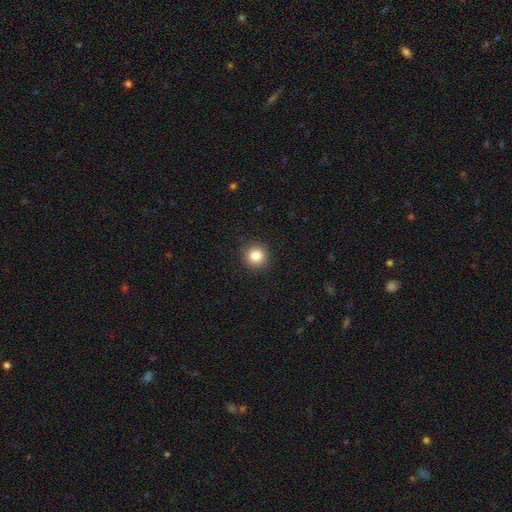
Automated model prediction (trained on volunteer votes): Smooth or featured? smooth (85%)
How rounded? round (93%)
Merging? none (91%)